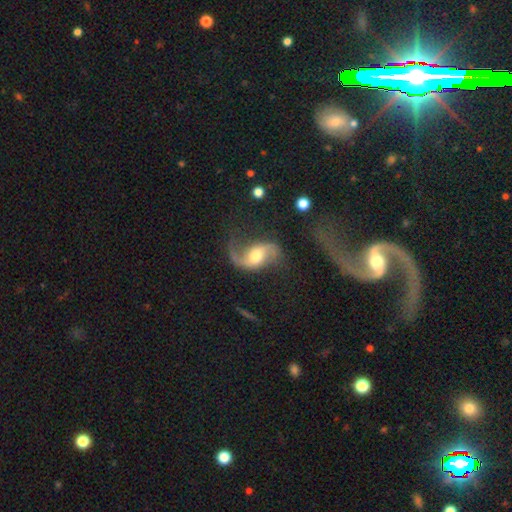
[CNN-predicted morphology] This is clearly a featured or disk galaxy (88%). It is clearly not viewed edge-on (97%). Bar: marginally no (44%). Spiral arm pattern: clearly yes (97%). Spiral arm count: clearly 2 (92%). Spiral winding: likely loose (73%). Central bulge: likely moderate (67%). Merging: likely none (69%).